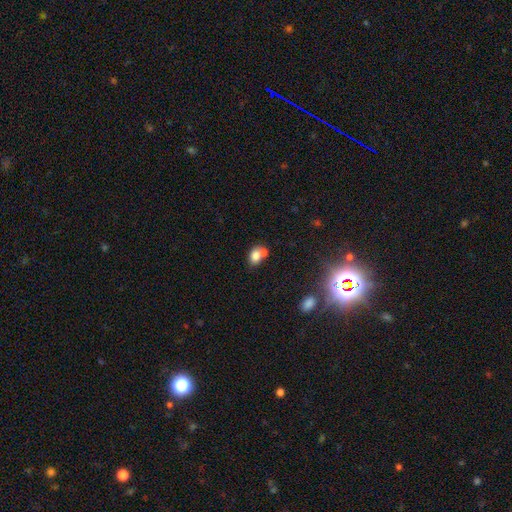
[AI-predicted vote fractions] smooth_or_featured: smooth (p=0.76) [alt: featured or disk p=0.13]
how_rounded: in between (p=0.66) [alt: round p=0.32]
merging: merger (p=0.47) [alt: none p=0.39]